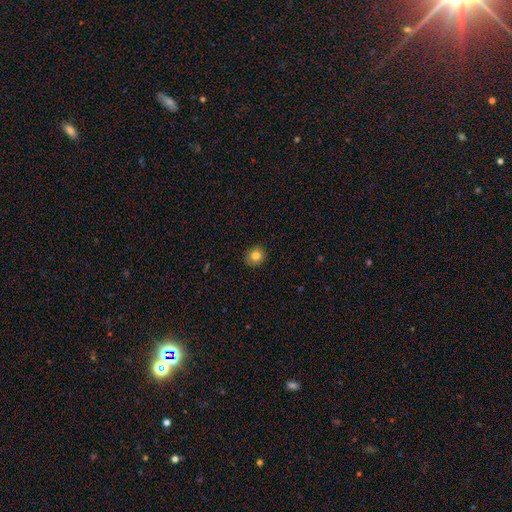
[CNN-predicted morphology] Smooth or featured?
  - smooth: 81% *
  - star or artifact: 11%
  - featured or disk: 8%
How rounded?
  - round: 86% *
  - in between: 13%
  - cigar-shaped: 1%
Merging?
  - none: 90% *
  - minor disturbance: 8%
  - major disturbance: 2%
  - merger: 1%